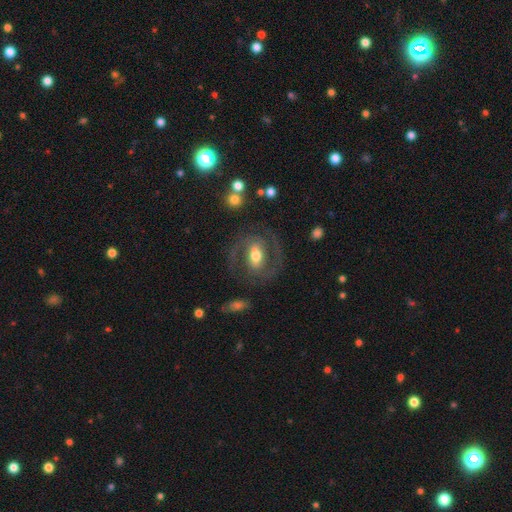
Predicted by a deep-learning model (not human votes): Q: Smooth or featured?
A: featured or disk (81%); runner-up: smooth (14%)
Q: Edge-on disk?
A: no (96%); runner-up: yes (4%)
Q: Bar?
A: strong (41%); runner-up: weak (38%)
Q: Spiral arms?
A: yes (88%); runner-up: no (12%)
Q: Spiral winding?
A: medium (54%); runner-up: tight (33%)
Q: Spiral arm count?
A: 2 (90%); runner-up: can't tell (4%)
Q: Bulge size?
A: moderate (66%); runner-up: large (16%)
Q: Merging?
A: none (75%); runner-up: minor disturbance (13%)